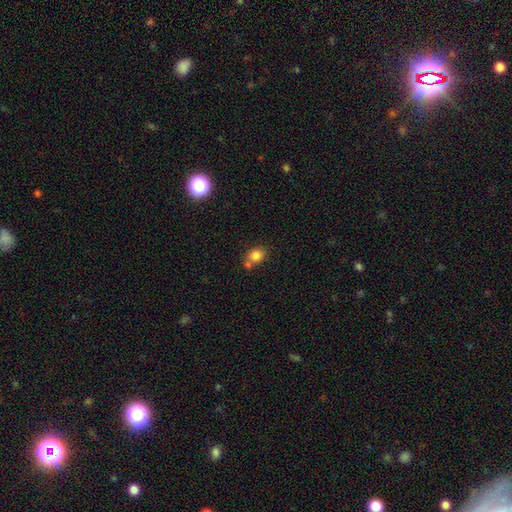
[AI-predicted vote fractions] Overall: smooth (82%). How rounded: round (63%; in between 36%). Merging: none (54%; merger 30%).